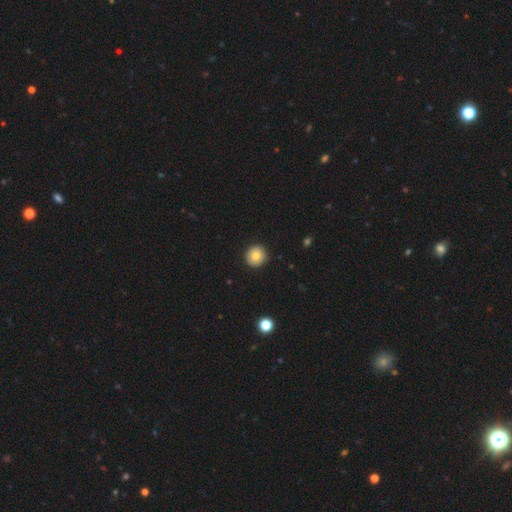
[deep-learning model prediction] This is likely a smooth galaxy (80%). How rounded: clearly round (94%). Merging: clearly none (92%).